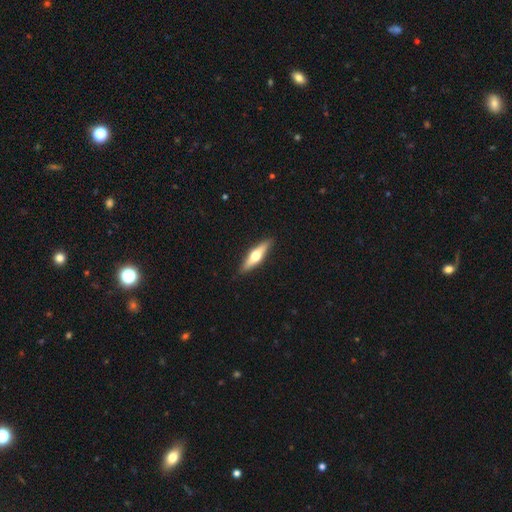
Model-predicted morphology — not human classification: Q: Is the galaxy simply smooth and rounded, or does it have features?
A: featured or disk — 53%.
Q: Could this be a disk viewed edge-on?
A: yes — 93%.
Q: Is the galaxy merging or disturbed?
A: none — 90%.